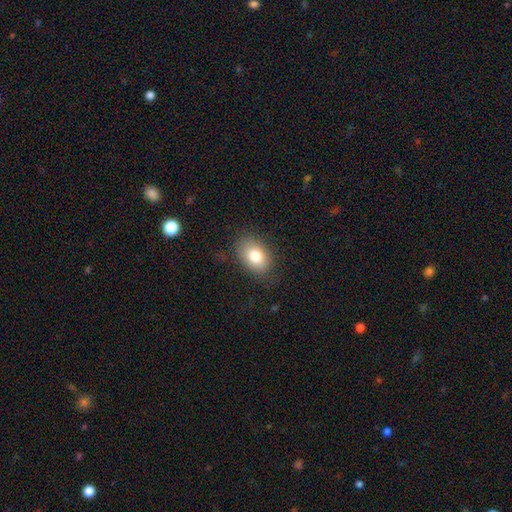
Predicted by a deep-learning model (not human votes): Morphology: type=smooth (80%); roundness=in between (82%); merging=none (81%).